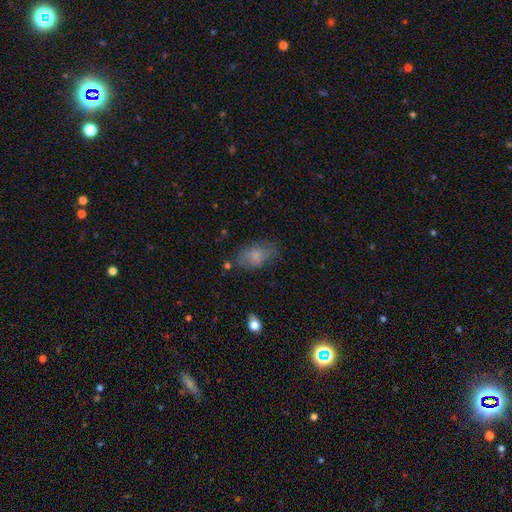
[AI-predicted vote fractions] Smooth or featured?
  - smooth: 72% *
  - featured or disk: 19%
  - star or artifact: 9%
How rounded?
  - in between: 89% *
  - round: 8%
  - cigar-shaped: 3%
Merging?
  - none: 65% *
  - minor disturbance: 23%
  - major disturbance: 9%
  - merger: 3%